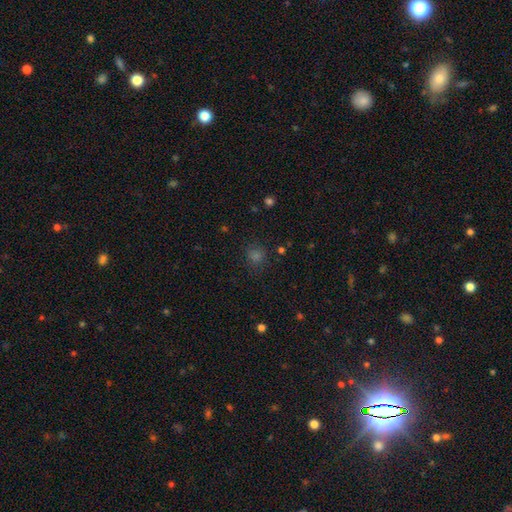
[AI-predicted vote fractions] Smooth or featured: smooth — 64% (star or artifact — 31%)
How rounded: round — 89% (in between — 10%)
Merging: none — 86% (minor disturbance — 9%)